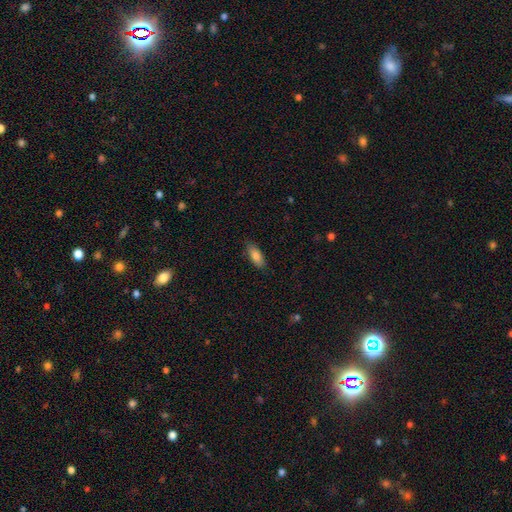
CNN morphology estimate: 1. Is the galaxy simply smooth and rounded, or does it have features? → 82% smooth, 11% featured or disk, 7% star or artifact.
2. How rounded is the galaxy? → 79% in between, 19% cigar-shaped, 2% round.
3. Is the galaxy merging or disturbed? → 85% none, 12% minor disturbance, 2% major disturbance, 1% merger.